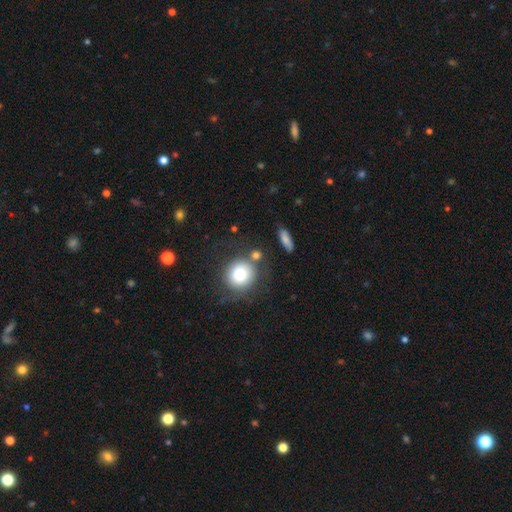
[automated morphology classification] smooth_or_featured: smooth (p=0.80) [alt: featured or disk p=0.11]
how_rounded: round (p=0.80) [alt: in between p=0.18]
merging: none (p=0.62) [alt: minor disturbance p=0.16]